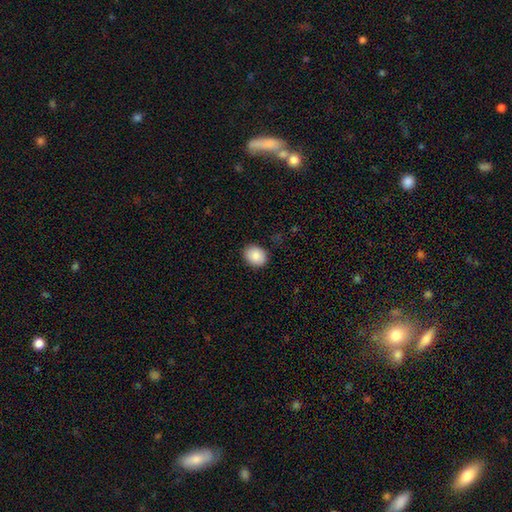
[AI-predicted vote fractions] This appears to be a smooth galaxy with no disk features (88%) that is in between round and cigar-shaped (53%). Merging: none (88%).